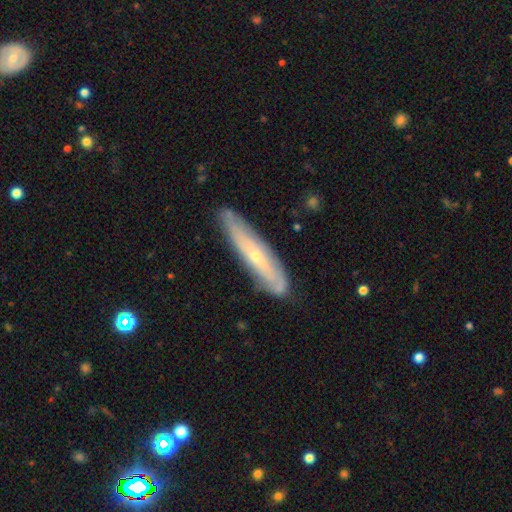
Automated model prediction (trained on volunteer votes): This is likely a featured or disk galaxy (63%). It is possibly viewed edge-on (56%). Merging: likely none (79%).